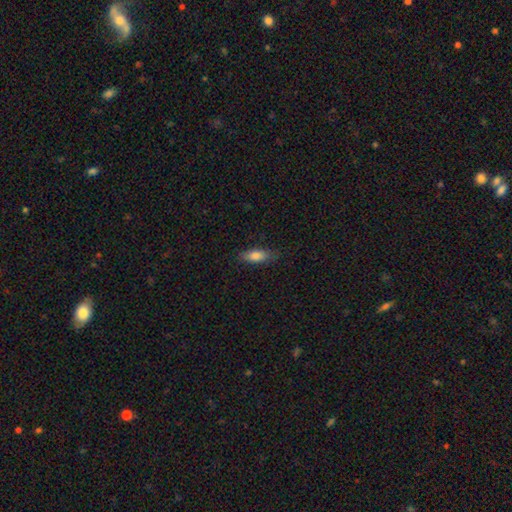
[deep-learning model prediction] This is likely a smooth galaxy (79%). How rounded: likely in between (71%). Merging: likely none (79%).